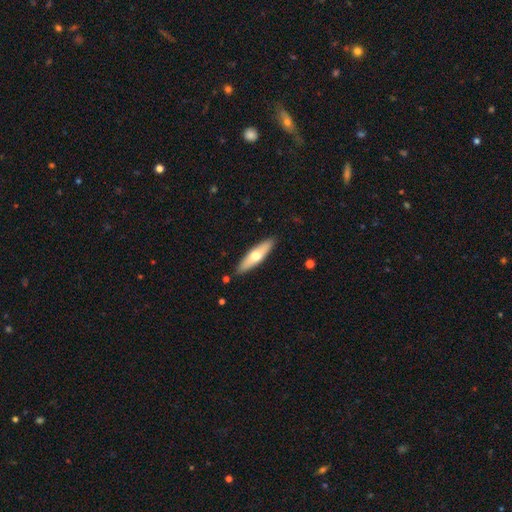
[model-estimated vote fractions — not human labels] A smooth galaxy with no disk features (54%) that is cigar-shaped (65%). Merging: none (88%).